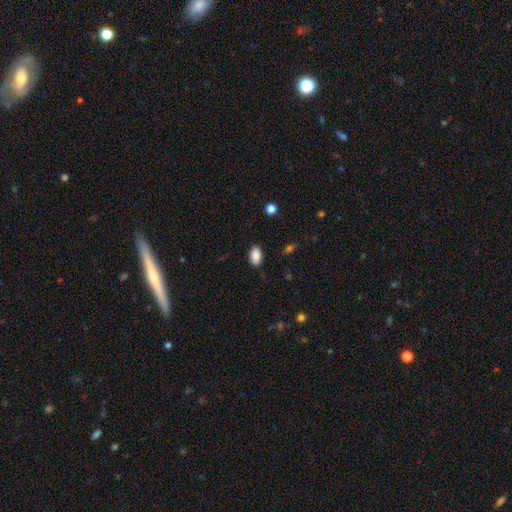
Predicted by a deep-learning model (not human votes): Morphology: type=smooth (88%); roundness=in between (92%); merging=none (88%).